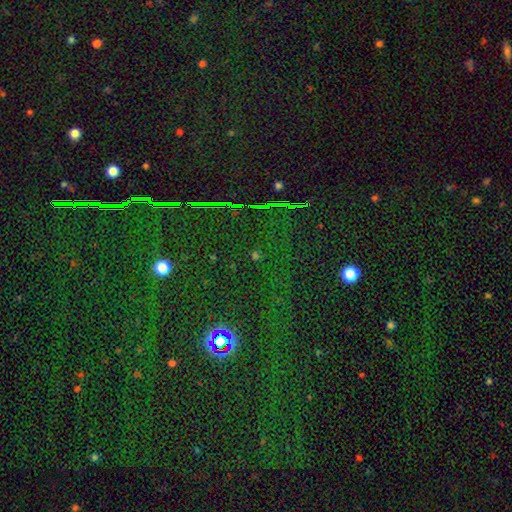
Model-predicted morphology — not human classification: star or artifact 72%, smooth 20%, featured or disk 8%.